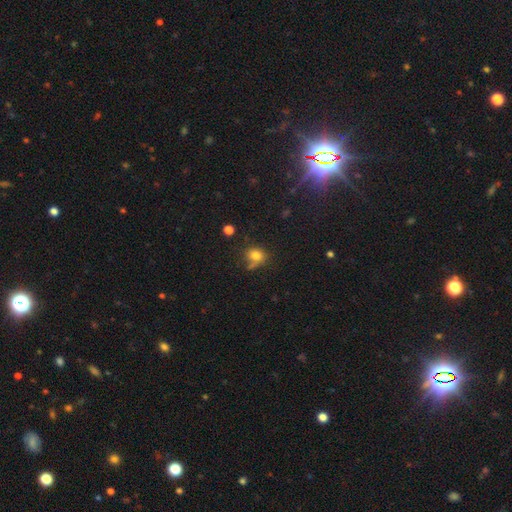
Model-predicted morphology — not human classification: The model was most divided on "how rounded": round: 60%, in between: 39%, cigar-shaped: 1%. More confident: smooth or featured — smooth (78%); merging — none (57%).